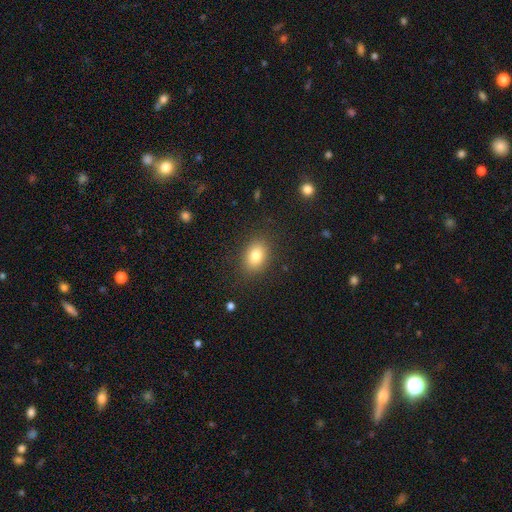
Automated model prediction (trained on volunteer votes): smooth-or-featured: smooth: 81% | star or artifact: 10% | featured or disk: 9%
  how-rounded: in between: 72% | round: 27% | cigar-shaped: 1%
  merging: none: 86% | minor disturbance: 10% | major disturbance: 4% | merger: 1%